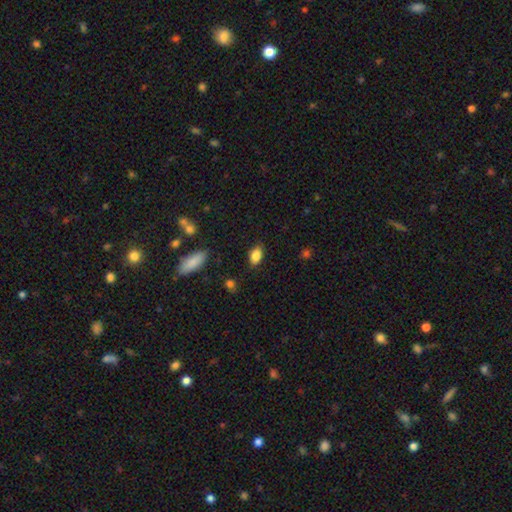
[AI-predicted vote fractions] Morphology: type=smooth (86%); roundness=in between (89%); merging=none (83%).